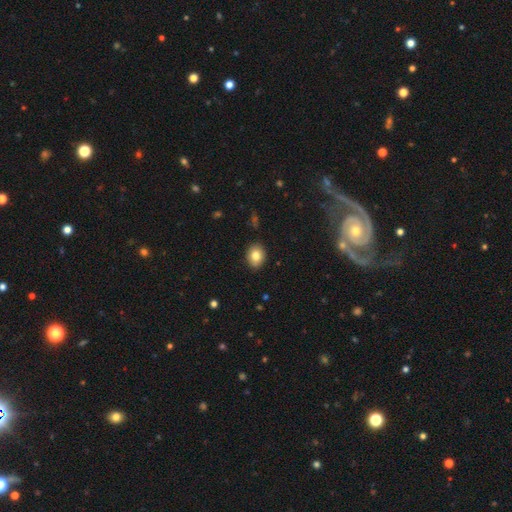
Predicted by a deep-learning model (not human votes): A smooth galaxy with no disk features (82%) that is in between round and cigar-shaped (57%). Merging: none (88%).